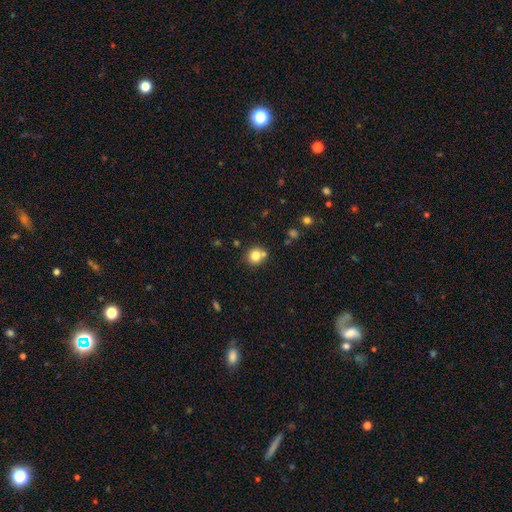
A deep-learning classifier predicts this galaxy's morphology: type=smooth (80%); roundness=round (87%); merging=none (64%).